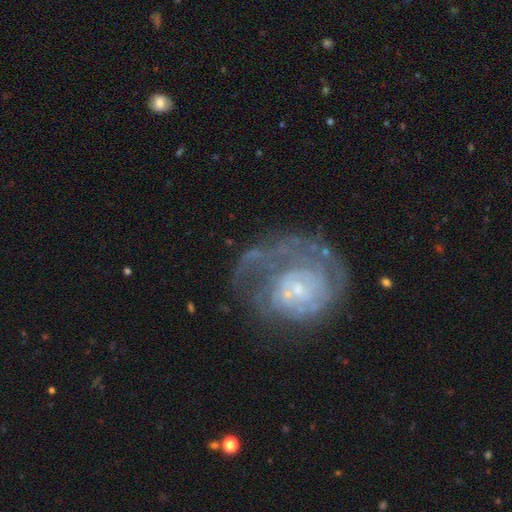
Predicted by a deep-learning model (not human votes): smooth_or_featured: featured or disk (p=0.78) [alt: smooth p=0.13]
disk_edge_on: no (p=0.98) [alt: yes p=0.02]
bar: no (p=0.72) [alt: weak p=0.24]
has_spiral_arms: yes (p=0.82) [alt: no p=0.18]
spiral_winding: tight (p=0.56) [alt: medium p=0.28]
spiral_arm_count: can't tell (p=0.41) [alt: 2 p=0.21]
bulge_size: small (p=0.71) [alt: moderate p=0.16]
merging: none (p=0.43) [alt: major disturbance p=0.33]